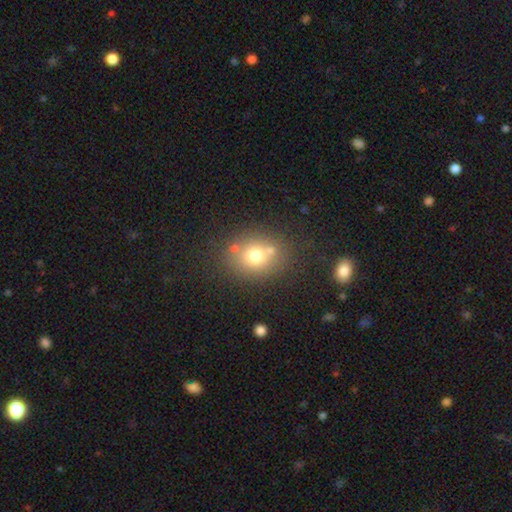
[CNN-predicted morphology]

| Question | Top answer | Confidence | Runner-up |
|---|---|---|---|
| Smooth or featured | smooth | 70% | featured or disk (15%) |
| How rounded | round | 66% | in between (33%) |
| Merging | none | 67% | merger (16%) |